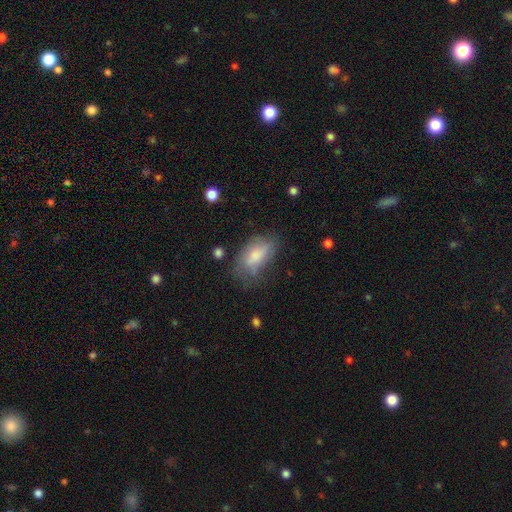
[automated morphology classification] smooth-or-featured: smooth: 72% | featured or disk: 21% | star or artifact: 7%
  how-rounded: in between: 90% | cigar-shaped: 5% | round: 4%
  merging: none: 51% | minor disturbance: 30% | major disturbance: 16% | merger: 3%